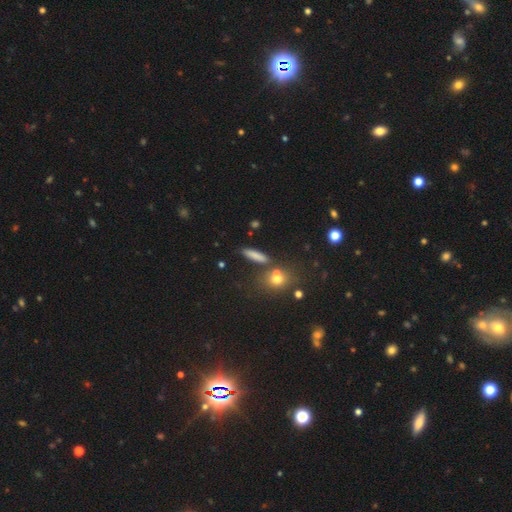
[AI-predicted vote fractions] Q: Smooth or featured?
A: smooth (75%); runner-up: featured or disk (13%)
Q: How rounded?
A: cigar-shaped (73%); runner-up: in between (22%)
Q: Merging?
A: none (76%); runner-up: minor disturbance (11%)